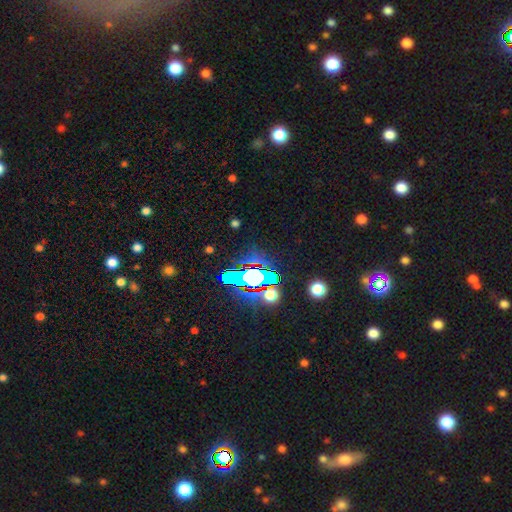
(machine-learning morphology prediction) smooth-or-featured: star or artifact: 80% | smooth: 11% | featured or disk: 8%